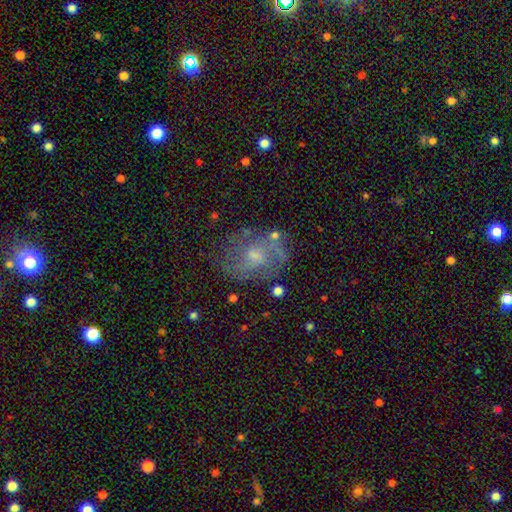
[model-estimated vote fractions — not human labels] Overall: featured or disk (64%; smooth 25%). Edge-on disk: no (97%). Bar: no (61%; weak 34%). Spiral arms: yes (76%). Bulge size: small (48%; moderate 40%). Merging: none (60%; minor disturbance 21%).